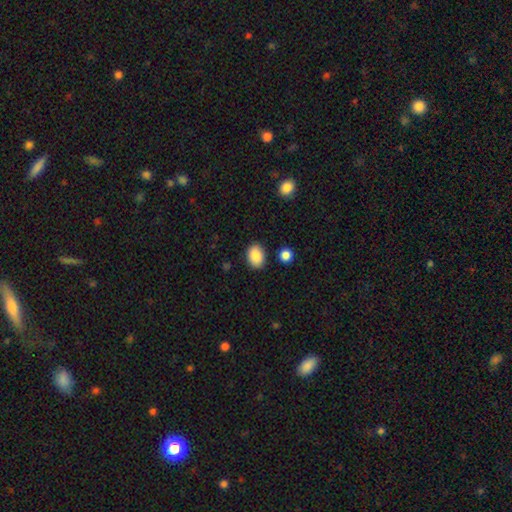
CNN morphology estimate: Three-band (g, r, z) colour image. It shows a smooth galaxy with no disk features (89%) that is in between round and cigar-shaped (76%). Merging: none (86%).